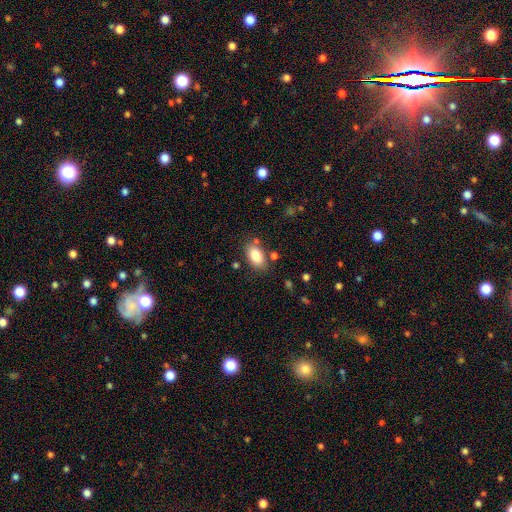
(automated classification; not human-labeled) Smooth or featured?
  - smooth: 83% *
  - featured or disk: 9%
  - star or artifact: 8%
How rounded?
  - in between: 91% *
  - round: 7%
  - cigar-shaped: 2%
Merging?
  - none: 79% *
  - minor disturbance: 13%
  - merger: 4%
  - major disturbance: 3%